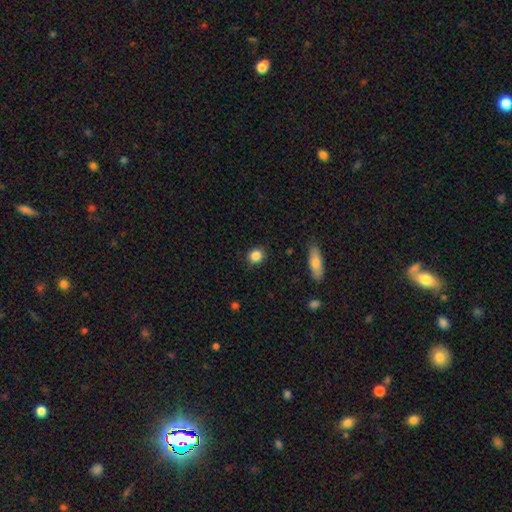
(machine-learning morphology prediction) smooth_or_featured: smooth (p=0.86) [alt: star or artifact p=0.09]
how_rounded: round (p=0.77) [alt: in between p=0.22]
merging: none (p=0.89) [alt: minor disturbance p=0.08]